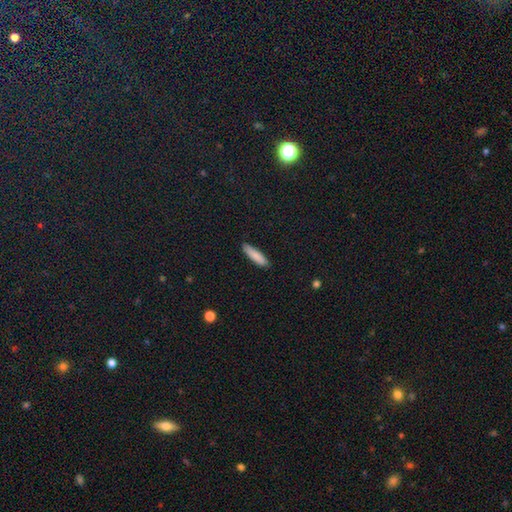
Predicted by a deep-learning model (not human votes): smooth-or-featured: smooth: 85% | featured or disk: 9% | star or artifact: 6%
  how-rounded: cigar-shaped: 73% | in between: 25% | round: 1%
  merging: none: 87% | minor disturbance: 10% | major disturbance: 2% | merger: 1%